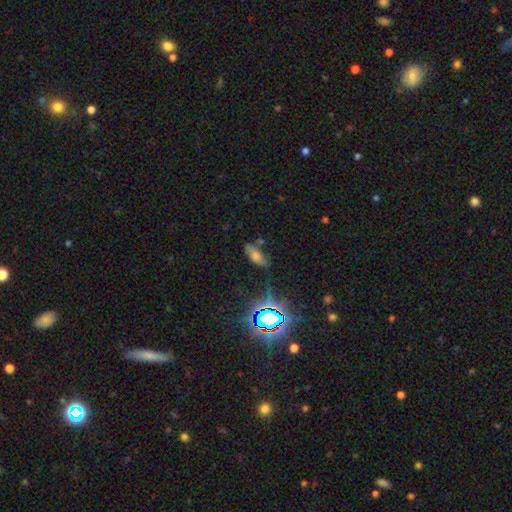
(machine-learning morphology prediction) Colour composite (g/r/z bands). It shows a smooth galaxy with no disk features (46%). Merging: none (66%).